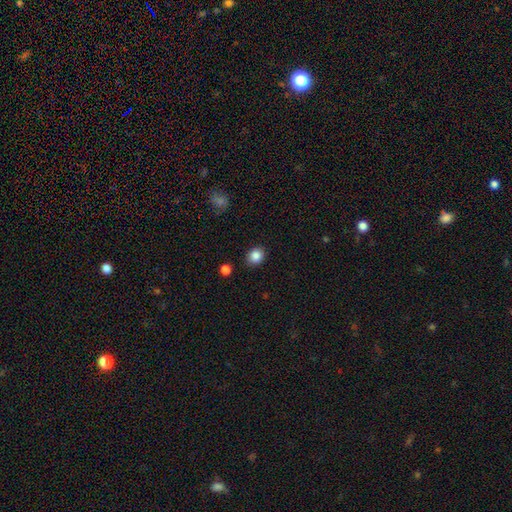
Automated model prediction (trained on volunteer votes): smooth 86%, star or artifact 10%, featured or disk 4%. Down the decision tree: how rounded — round (69%); merging — none (87%).